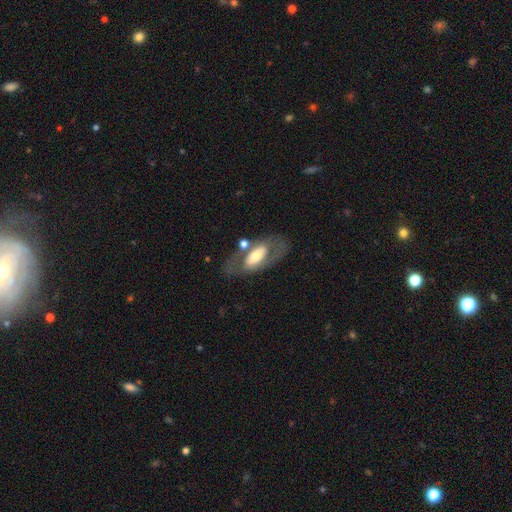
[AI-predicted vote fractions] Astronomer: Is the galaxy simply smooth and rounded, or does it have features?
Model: featured or disk — 58% (runner-up: smooth, 35%).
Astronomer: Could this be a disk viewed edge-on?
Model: no — 85%.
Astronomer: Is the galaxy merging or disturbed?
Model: none — 62%.